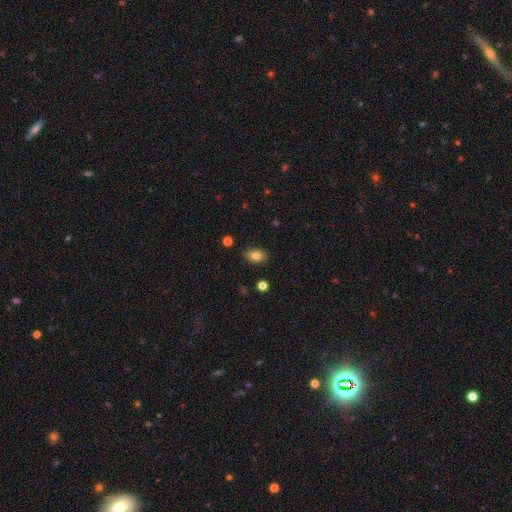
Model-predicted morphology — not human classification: Q: Smooth or featured?
A: smooth (81%); runner-up: star or artifact (10%)
Q: How rounded?
A: in between (82%); runner-up: round (17%)
Q: Merging?
A: none (84%); runner-up: minor disturbance (12%)